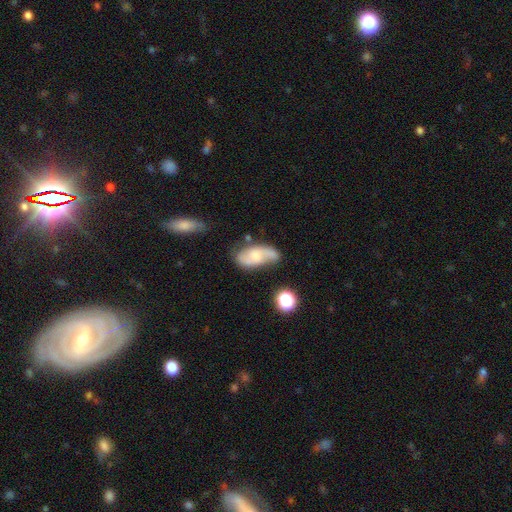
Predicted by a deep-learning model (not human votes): Morphology: type=featured or disk (57%); edge-on=no (94%); bar=no (60%); spiral arms=yes (85%); bulge=moderate (38%, tied with small); merging=none (52%).